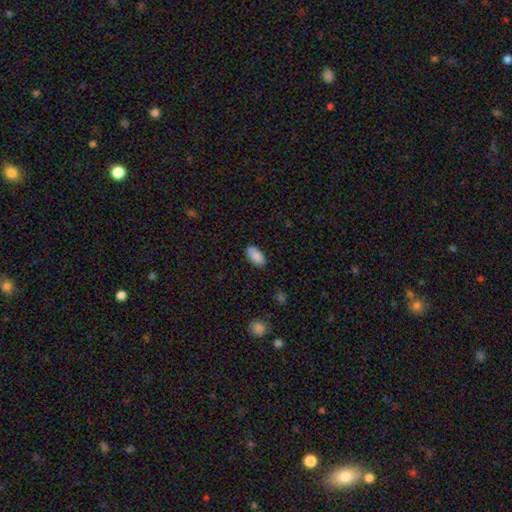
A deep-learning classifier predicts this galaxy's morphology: Smooth or featured?
  - smooth: 87% *
  - star or artifact: 7%
  - featured or disk: 6%
How rounded?
  - in between: 92% *
  - cigar-shaped: 6%
  - round: 2%
Merging?
  - none: 81% *
  - minor disturbance: 15%
  - major disturbance: 3%
  - merger: 2%